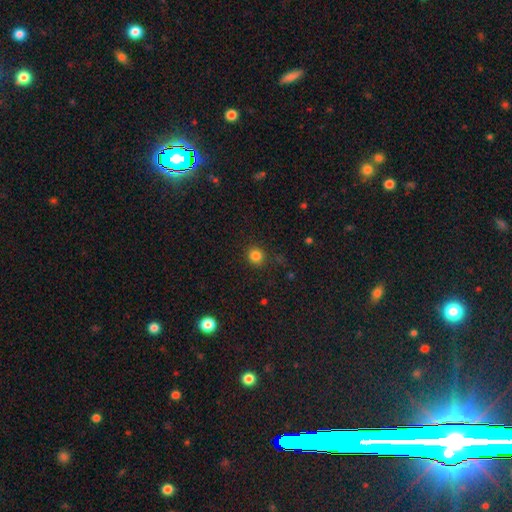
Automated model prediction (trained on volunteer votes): Morphology: type=smooth (83%); roundness=round (90%); merging=none (88%).